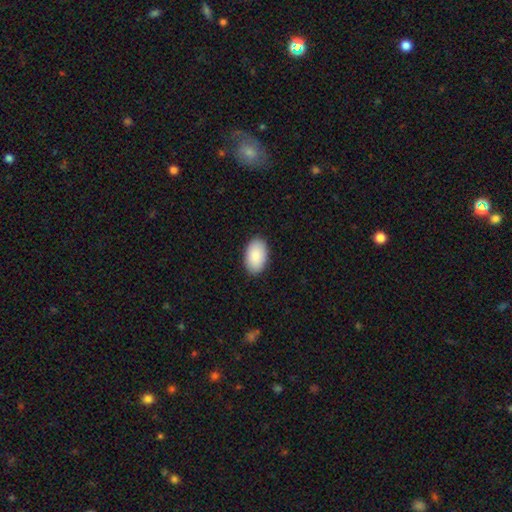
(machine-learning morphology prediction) Overall: smooth (91%). How rounded: in between (94%). Merging: none (89%).